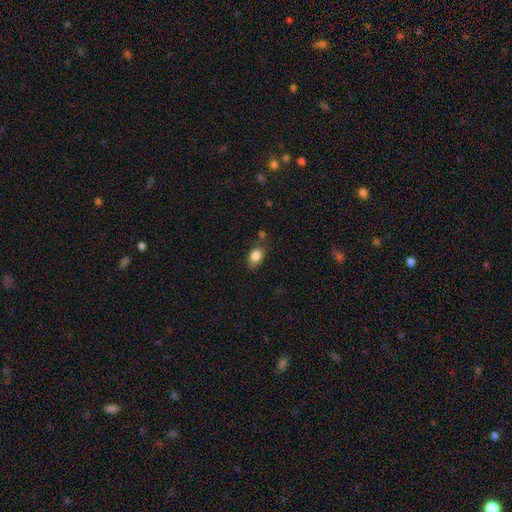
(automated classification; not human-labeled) A smooth galaxy with no disk features (84%) that is in between round and cigar-shaped (80%). Merging: none (65%).